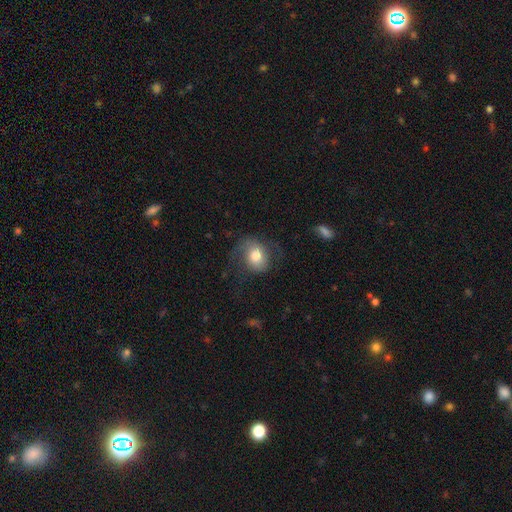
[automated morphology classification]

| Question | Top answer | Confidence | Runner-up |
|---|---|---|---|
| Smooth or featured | smooth | 54% | featured or disk (38%) |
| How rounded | round | 53% | in between (46%) |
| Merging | none | 54% | minor disturbance (22%) |